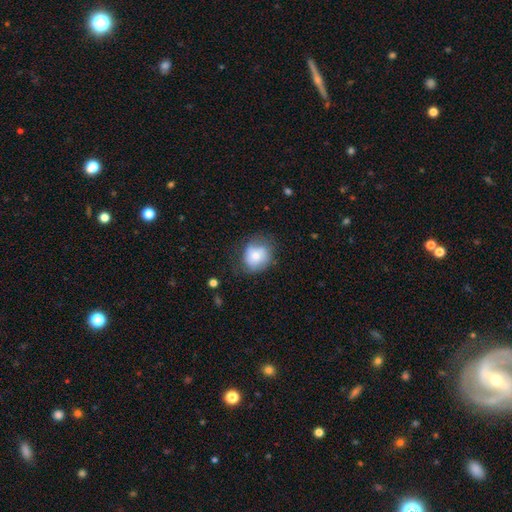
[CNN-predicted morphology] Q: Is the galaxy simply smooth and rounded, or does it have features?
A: smooth — 71%.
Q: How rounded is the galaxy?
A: round — 60%.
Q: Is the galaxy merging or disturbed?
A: none — 57%.